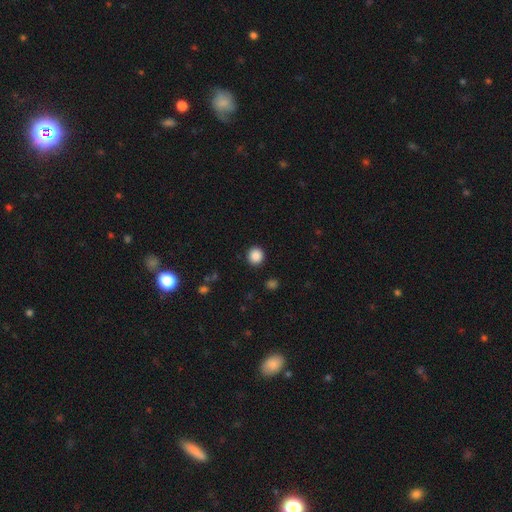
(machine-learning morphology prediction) smooth-or-featured: smooth: 88% | star or artifact: 10% | featured or disk: 3%
  how-rounded: round: 92% | in between: 8% | cigar-shaped: 1%
  merging: none: 91% | minor disturbance: 5% | major disturbance: 2% | merger: 1%